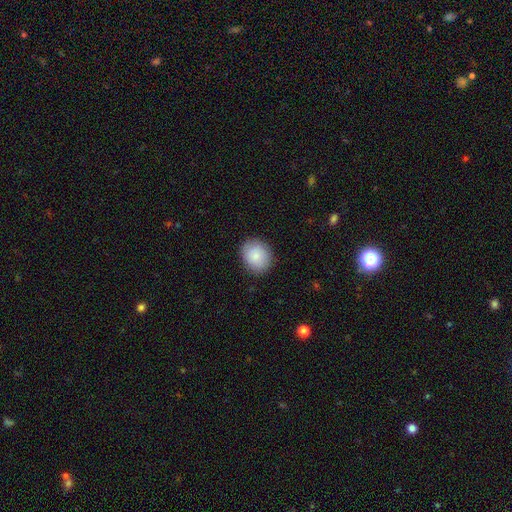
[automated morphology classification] smooth 84%, featured or disk 9%, star or artifact 7%. Down the decision tree: how rounded — round (66%); merging — none (86%).